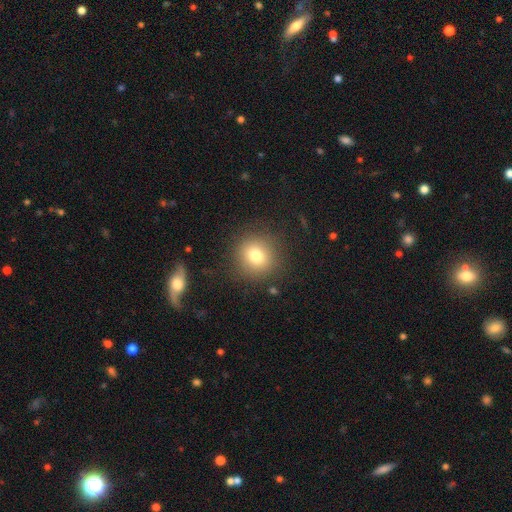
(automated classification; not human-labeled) This is likely a smooth galaxy (78%). How rounded: clearly round (88%). Merging: clearly none (86%).